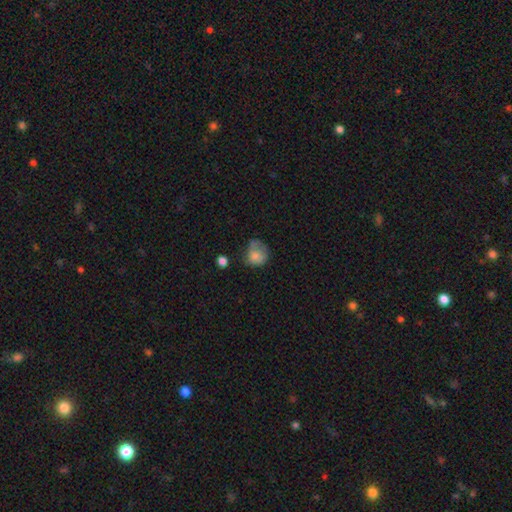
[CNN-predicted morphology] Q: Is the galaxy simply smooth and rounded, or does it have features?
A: smooth — 75%.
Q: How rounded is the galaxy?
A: round — 67%.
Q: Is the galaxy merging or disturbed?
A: none — 37%.